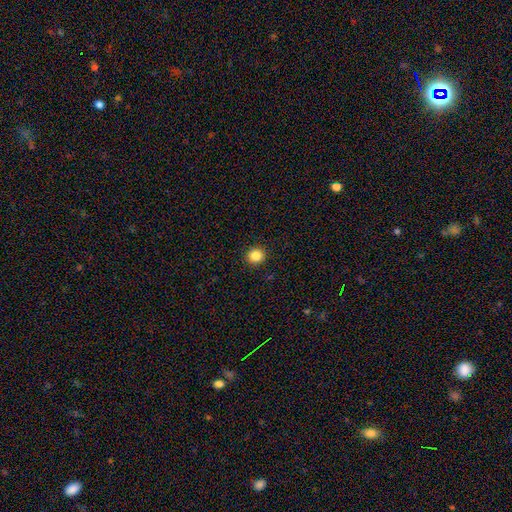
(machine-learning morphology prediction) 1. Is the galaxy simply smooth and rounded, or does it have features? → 85% smooth, 11% star or artifact, 4% featured or disk.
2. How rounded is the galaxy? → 87% round, 12% in between, 1% cigar-shaped.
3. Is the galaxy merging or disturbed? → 92% none, 5% minor disturbance, 2% major disturbance, 1% merger.